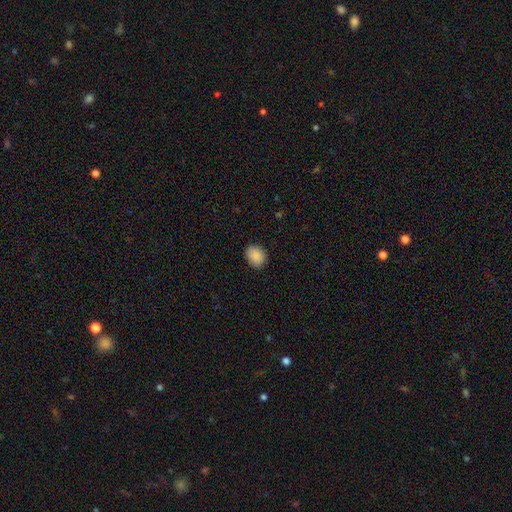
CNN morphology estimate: A smooth galaxy with no disk features (89%) that is round (50%). Merging: none (86%).